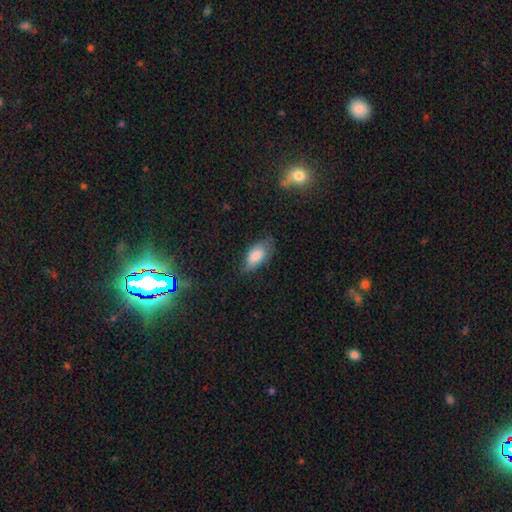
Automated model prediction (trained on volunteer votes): smooth-or-featured: smooth: 79% | featured or disk: 13% | star or artifact: 7%
  how-rounded: in between: 91% | cigar-shaped: 6% | round: 3%
  merging: none: 58% | minor disturbance: 31% | major disturbance: 9% | merger: 2%